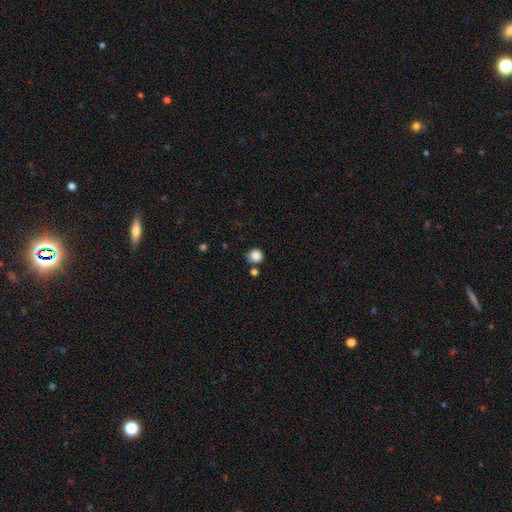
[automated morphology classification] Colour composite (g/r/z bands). It shows a smooth galaxy with no disk features (86%) that is round (90%). Merging: none (73%).